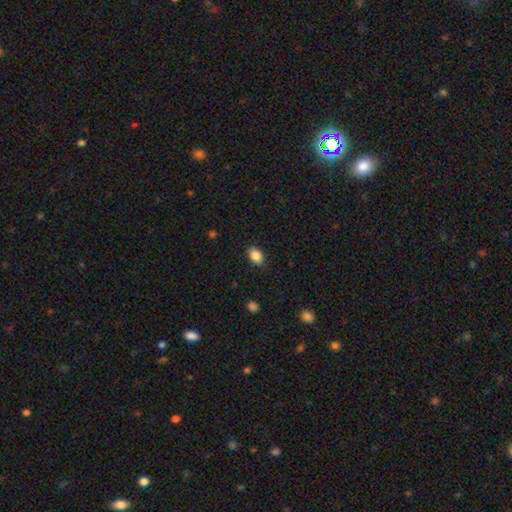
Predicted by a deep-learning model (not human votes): Morphology: type=smooth (87%); roundness=in between (81%); merging=none (86%).